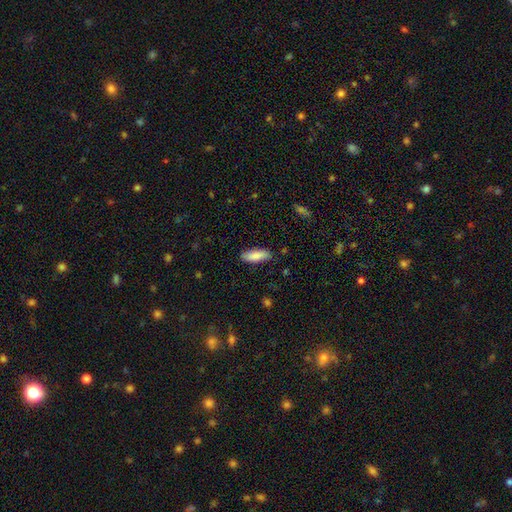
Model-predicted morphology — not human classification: A smooth galaxy with no disk features (85%) that is in between round and cigar-shaped (65%). Merging: none (84%).